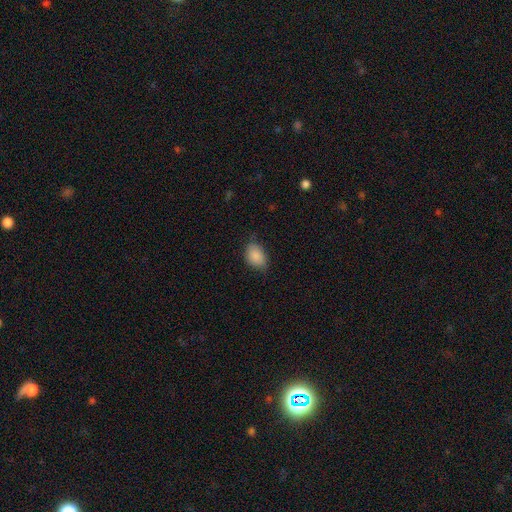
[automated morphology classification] This is clearly a smooth galaxy (88%). How rounded: clearly in between (82%). Merging: likely none (71%).